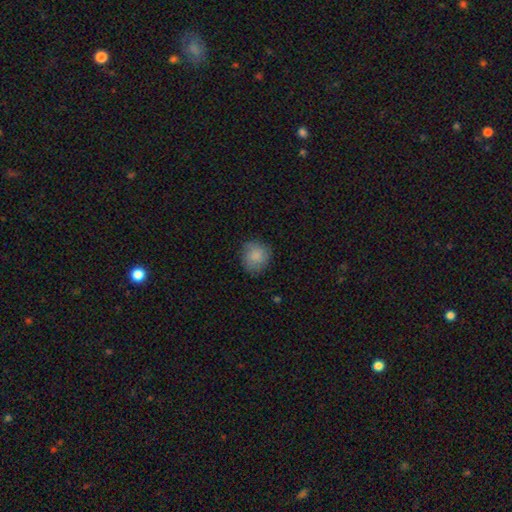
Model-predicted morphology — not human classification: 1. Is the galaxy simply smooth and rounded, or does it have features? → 81% smooth, 12% featured or disk, 7% star or artifact.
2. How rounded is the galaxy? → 81% round, 18% in between, 1% cigar-shaped.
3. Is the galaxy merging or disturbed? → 75% none, 19% minor disturbance, 5% major disturbance, 1% merger.